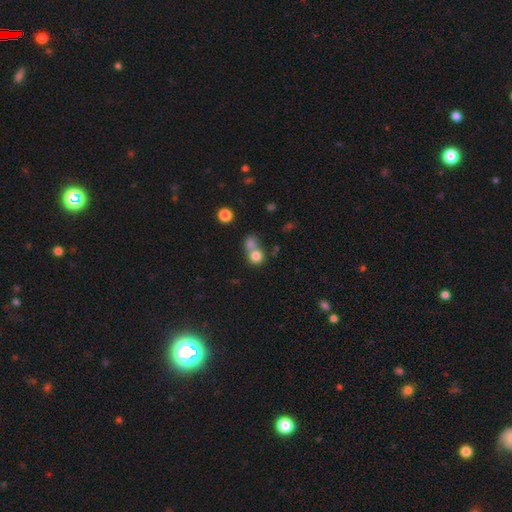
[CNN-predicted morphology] Smooth or featured? smooth (79%)
How rounded? round (83%)
Merging? merger (48%)